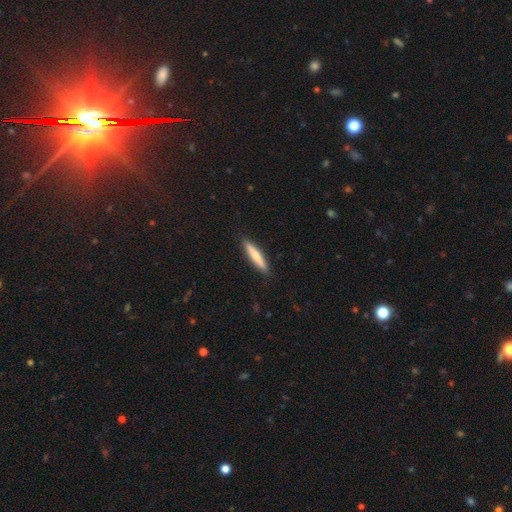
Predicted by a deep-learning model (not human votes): The model was most divided on "smooth or featured": smooth: 73%, featured or disk: 22%, star or artifact: 6%. More confident: how rounded — cigar-shaped (91%); merging — none (90%).